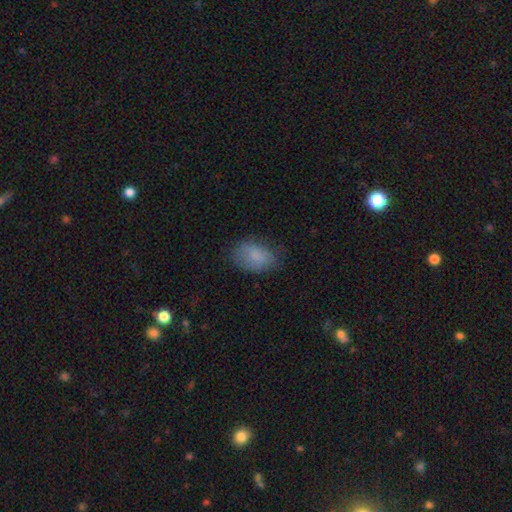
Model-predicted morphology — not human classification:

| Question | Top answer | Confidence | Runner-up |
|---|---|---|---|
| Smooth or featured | smooth | 83% | featured or disk (9%) |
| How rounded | in between | 87% | round (12%) |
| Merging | none | 68% | minor disturbance (24%) |